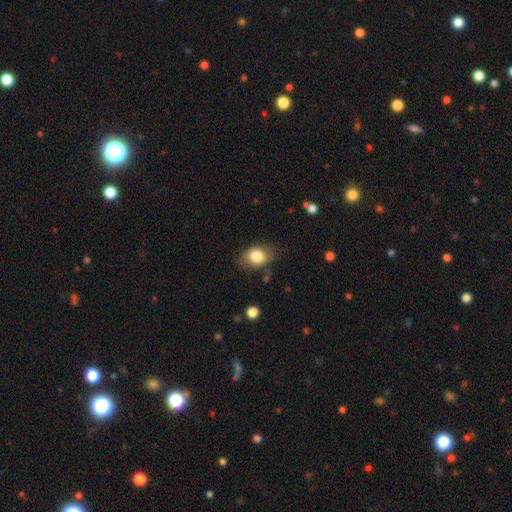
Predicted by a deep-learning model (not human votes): Smooth or featured?
  - smooth: 80% *
  - featured or disk: 12%
  - star or artifact: 7%
How rounded?
  - in between: 80% *
  - round: 19%
  - cigar-shaped: 1%
Merging?
  - none: 76% *
  - minor disturbance: 17%
  - major disturbance: 5%
  - merger: 2%